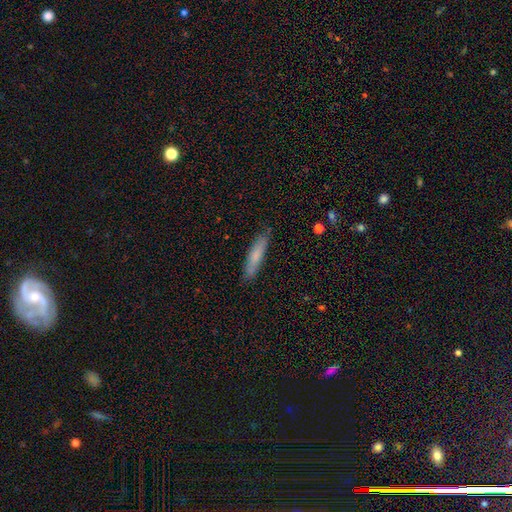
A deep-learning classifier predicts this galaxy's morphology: Smooth or featured? Predicted: smooth (p=0.74). How rounded? Predicted: cigar-shaped (p=0.87). Merging? Predicted: none (p=0.84).